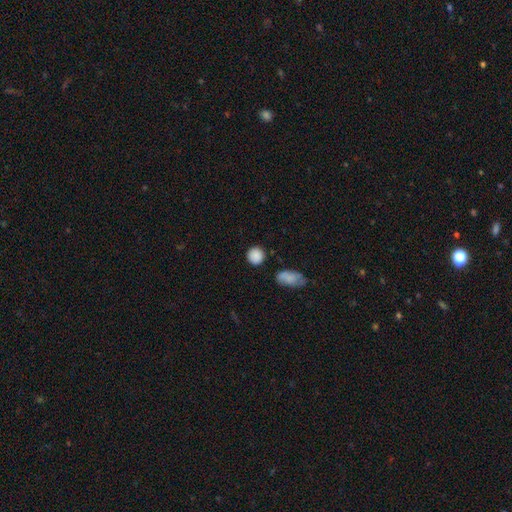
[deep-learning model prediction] smooth_or_featured: smooth (p=0.87) [alt: star or artifact p=0.09]
how_rounded: round (p=0.89) [alt: in between p=0.10]
merging: none (p=0.84) [alt: minor disturbance p=0.10]